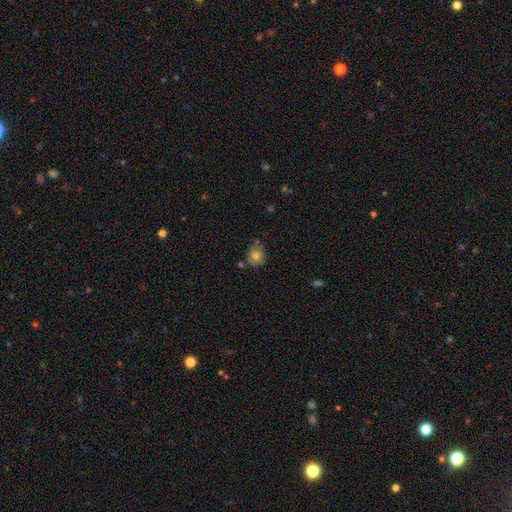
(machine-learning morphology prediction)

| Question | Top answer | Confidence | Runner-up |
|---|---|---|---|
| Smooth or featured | smooth | 79% | star or artifact (11%) |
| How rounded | round | 77% | in between (22%) |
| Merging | none | 73% | minor disturbance (16%) |